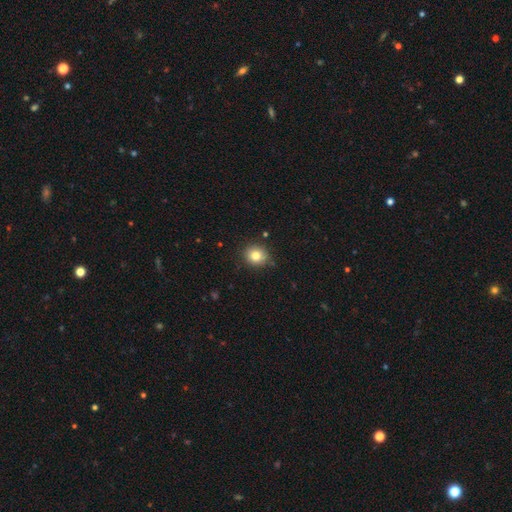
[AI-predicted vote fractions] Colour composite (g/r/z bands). It shows a smooth galaxy with no disk features (81%) that is round (83%). Merging: none (86%).